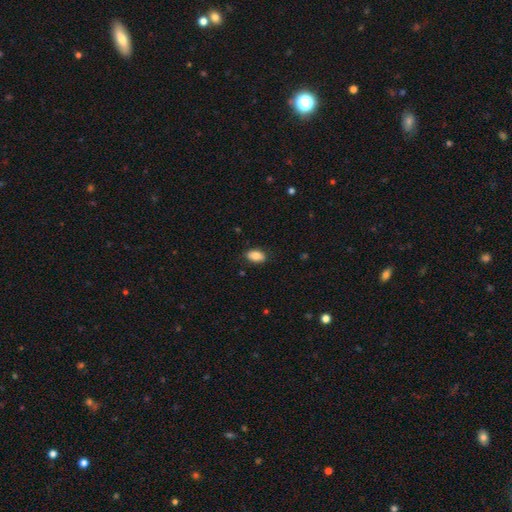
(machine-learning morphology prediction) smooth-or-featured: smooth: 85% | featured or disk: 8% | star or artifact: 8%
  how-rounded: in between: 90% | round: 8% | cigar-shaped: 2%
  merging: none: 86% | minor disturbance: 11% | major disturbance: 2% | merger: 1%